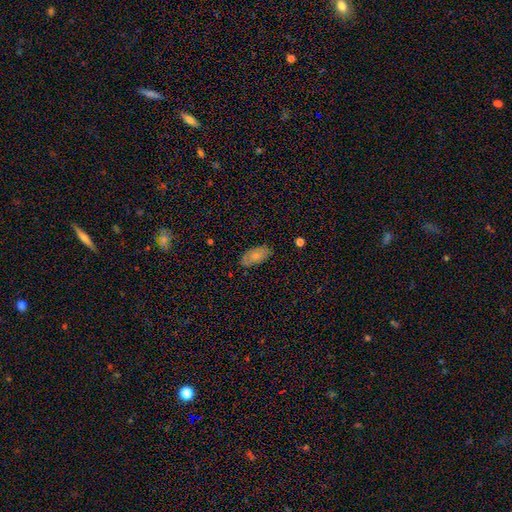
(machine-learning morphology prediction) Smooth or featured? Predicted: smooth (p=0.70). How rounded? Predicted: in between (p=0.93). Merging? Predicted: none (p=0.79).